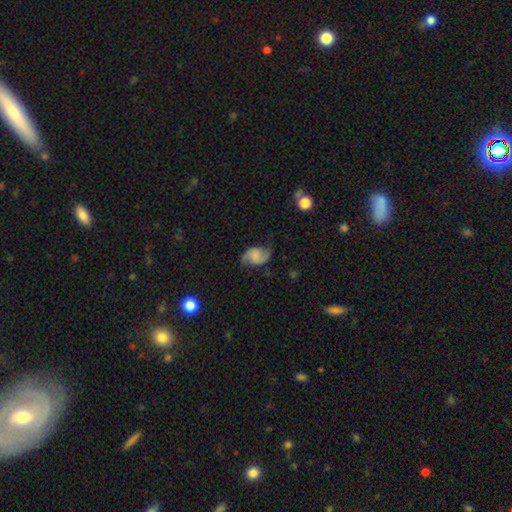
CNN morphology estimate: A featured or disk galaxy (84%) with no bar (52%), 2 (93%) loose (50%) spiral arms (97%) and no central bulge (64%). Merging: none (76%).